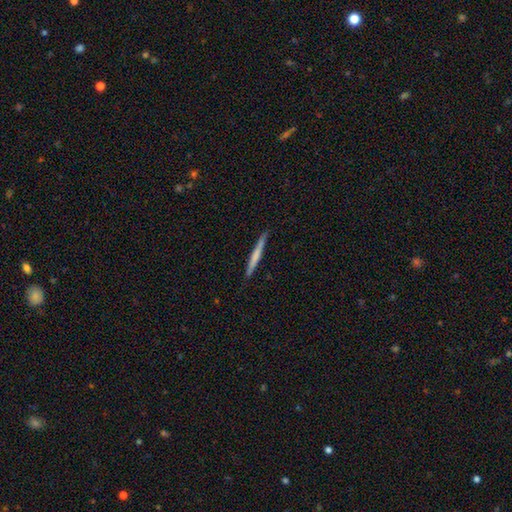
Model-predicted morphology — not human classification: Smooth or featured?
  - smooth: 54% *
  - featured or disk: 41%
  - star or artifact: 5%
How rounded?
  - cigar-shaped: 97% *
  - in between: 2%
  - round: 1%
Merging?
  - none: 90% *
  - minor disturbance: 7%
  - major disturbance: 1%
  - merger: 1%